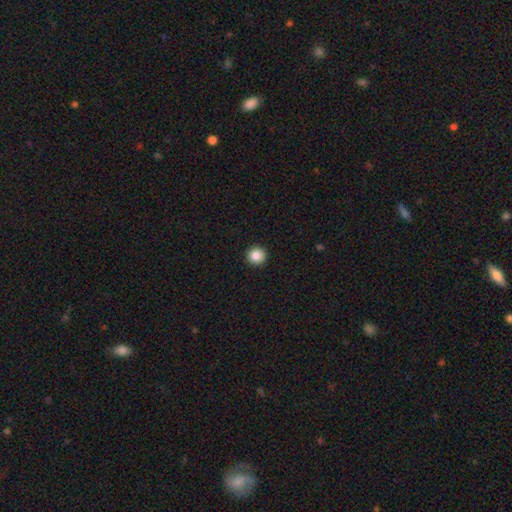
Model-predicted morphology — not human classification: The model was most divided on "smooth or featured": smooth: 86%, star or artifact: 10%, featured or disk: 4%. More confident: how rounded — round (95%); merging — none (93%).